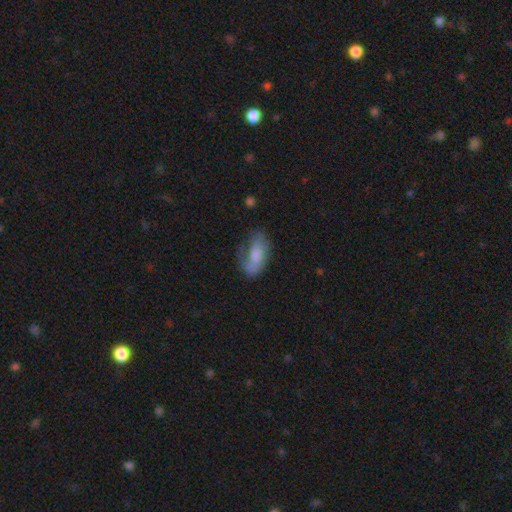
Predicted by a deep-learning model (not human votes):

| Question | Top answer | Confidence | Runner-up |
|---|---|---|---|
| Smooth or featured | smooth | 64% | featured or disk (28%) |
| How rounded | in between | 88% | cigar-shaped (8%) |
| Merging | none | 45% | minor disturbance (30%) |